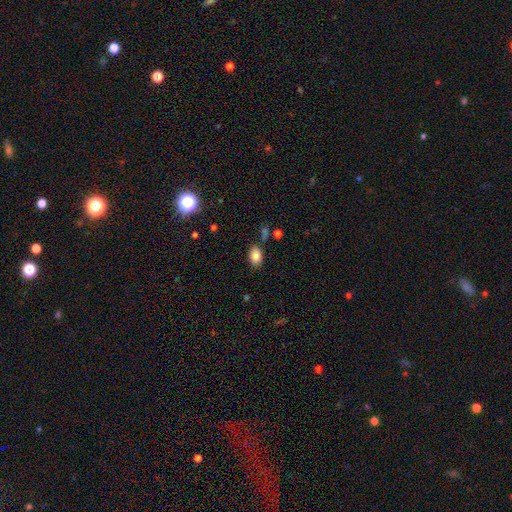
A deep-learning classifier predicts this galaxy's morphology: A smooth galaxy with no disk features (83%) that is in between round and cigar-shaped (82%).

Vote fractions:
- Smooth or featured? smooth: 83% / star or artifact: 10% / featured or disk: 8%
- How rounded? in between: 82% / round: 17% / cigar-shaped: 1%
- Merging? none: 79% / minor disturbance: 13% / merger: 4% / major disturbance: 3%